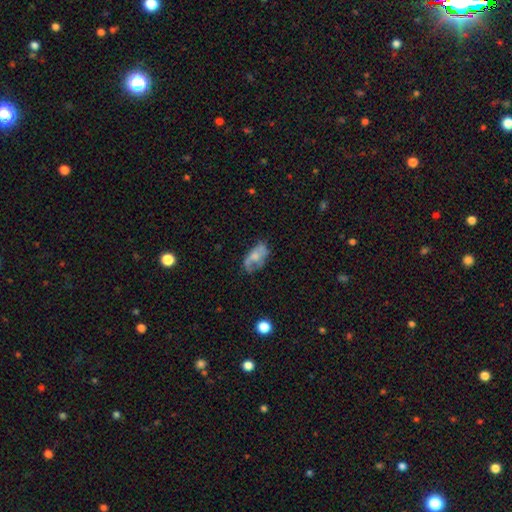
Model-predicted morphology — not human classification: type=featured or disk (46%); merging=none (41%).